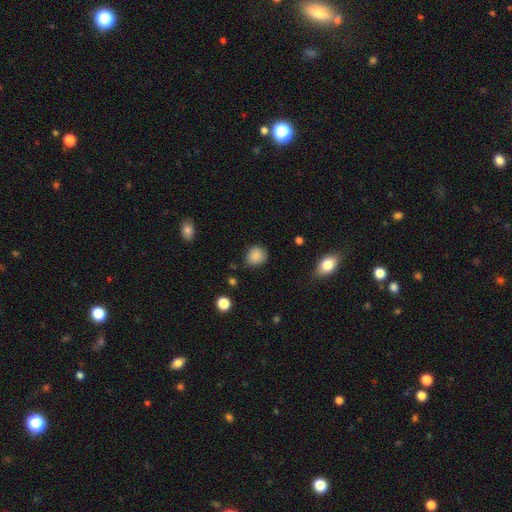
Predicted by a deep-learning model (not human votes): This appears to be a smooth galaxy with no disk features (86%) that is round (75%). Merging: none (79%).